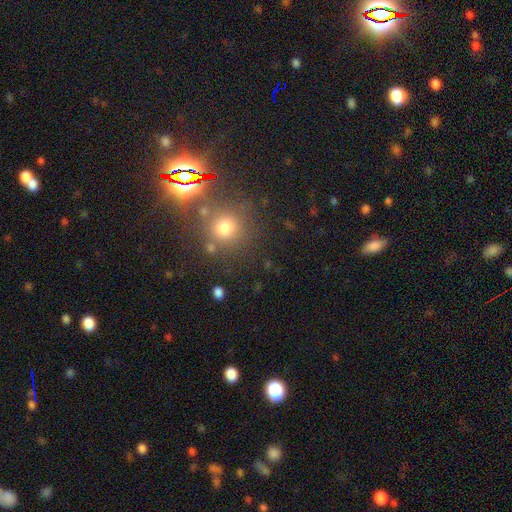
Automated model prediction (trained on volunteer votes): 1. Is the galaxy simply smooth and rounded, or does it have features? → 57% star or artifact, 36% smooth, 8% featured or disk.